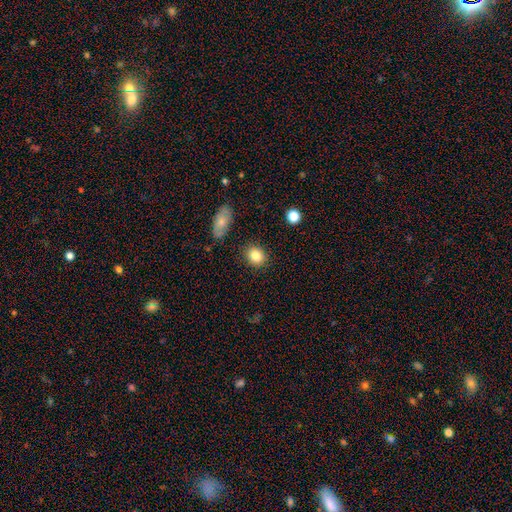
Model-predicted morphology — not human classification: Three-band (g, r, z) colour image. It shows a smooth galaxy with no disk features (85%) that is round (68%). Merging: none (88%).